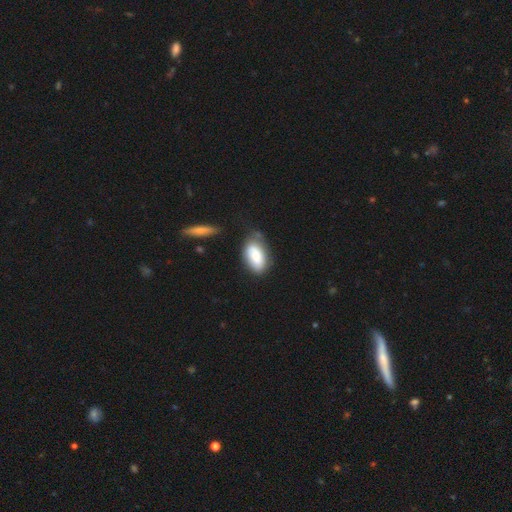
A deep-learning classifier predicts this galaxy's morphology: Smooth or featured? Predicted: smooth (p=0.77). How rounded? Predicted: in between (p=0.92). Merging? Predicted: none (p=0.58).